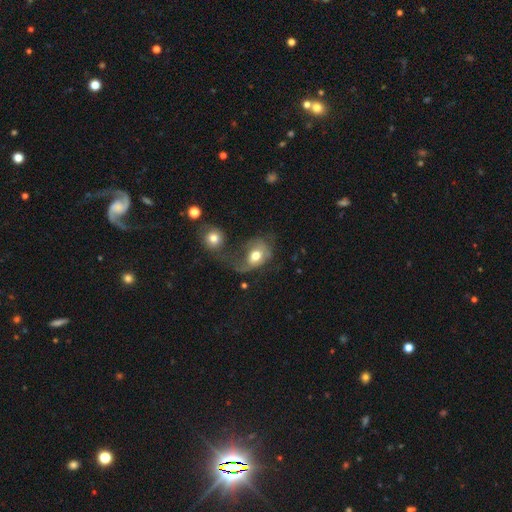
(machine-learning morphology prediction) This appears to be a smooth galaxy with no disk features (57%) that is in between round and cigar-shaped (56%). Merging: major disturbance (44%).